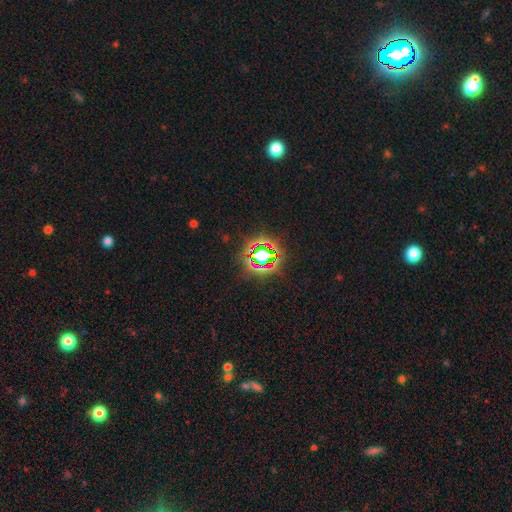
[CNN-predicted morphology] Smooth or featured?
  - star or artifact: 79% *
  - smooth: 13%
  - featured or disk: 7%